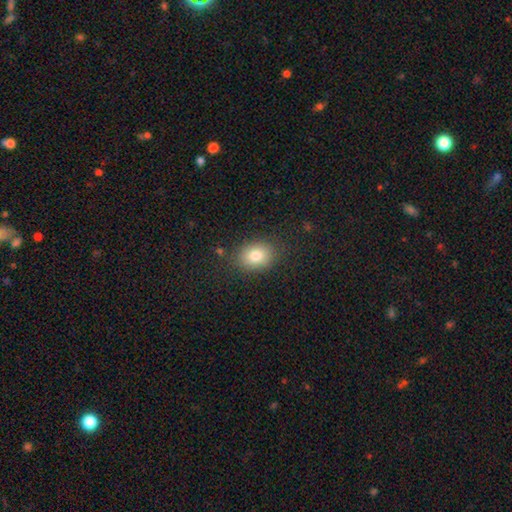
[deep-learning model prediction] This is clearly a smooth galaxy (81%). How rounded: possibly in between (60%). Merging: clearly none (84%).